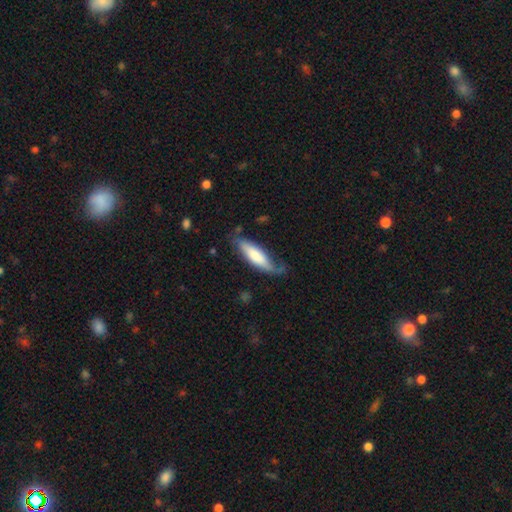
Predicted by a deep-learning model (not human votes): Smooth or featured? smooth (62%)
How rounded? cigar-shaped (55%)
Merging? none (51%)